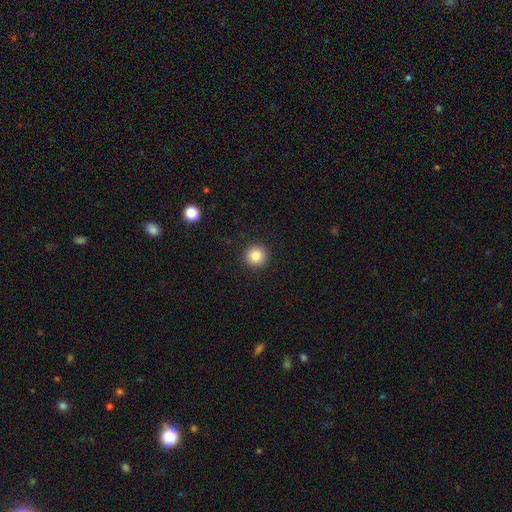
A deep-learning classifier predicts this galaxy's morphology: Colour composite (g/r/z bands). It shows a smooth galaxy with no disk features (84%) that is round (95%). Merging: none (93%).